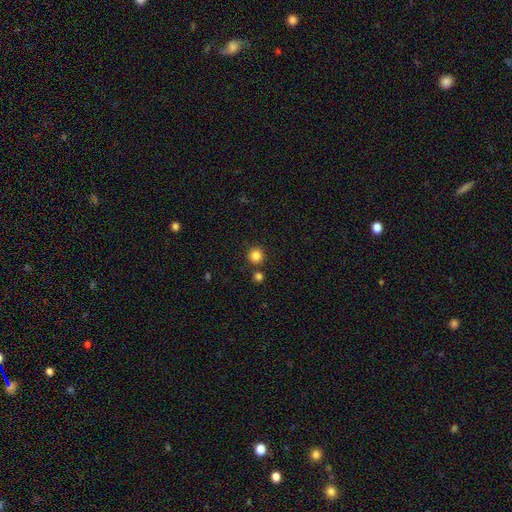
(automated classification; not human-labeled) The model was most divided on "smooth or featured": smooth: 84%, star or artifact: 12%, featured or disk: 4%. More confident: how rounded — round (94%); merging — none (84%).